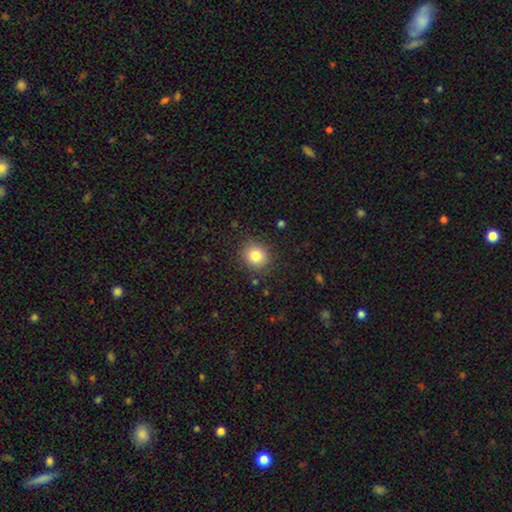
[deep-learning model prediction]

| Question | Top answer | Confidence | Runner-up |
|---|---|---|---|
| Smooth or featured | smooth | 83% | star or artifact (10%) |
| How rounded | round | 81% | in between (18%) |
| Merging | none | 87% | minor disturbance (9%) |